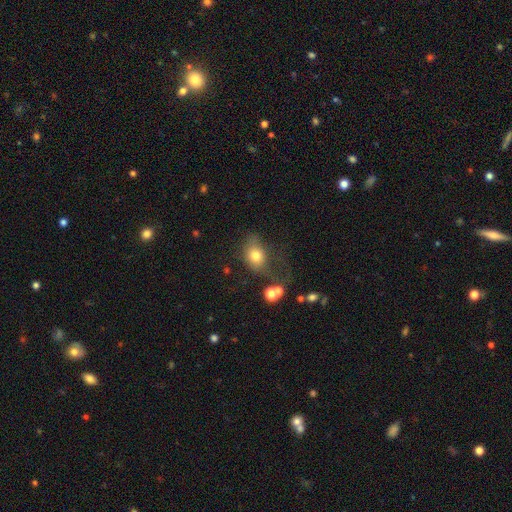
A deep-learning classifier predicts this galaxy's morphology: smooth_or_featured: smooth (p=0.74) [alt: featured or disk p=0.14]
how_rounded: in between (p=0.57) [alt: round p=0.41]
merging: none (p=0.36) [alt: major disturbance p=0.30]